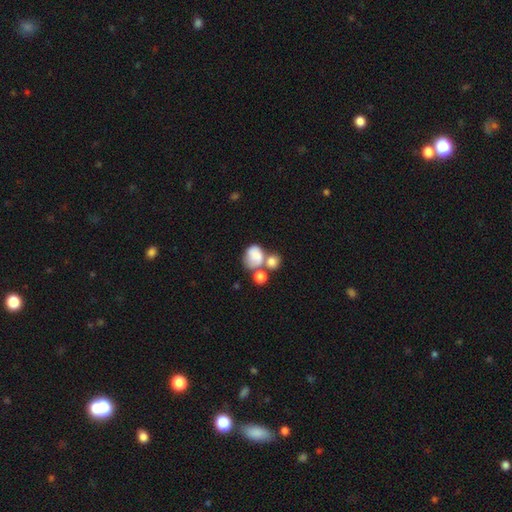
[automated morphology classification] A smooth galaxy with no disk features (68%) that is in between round and cigar-shaped (53%). Merging: merger (48%).